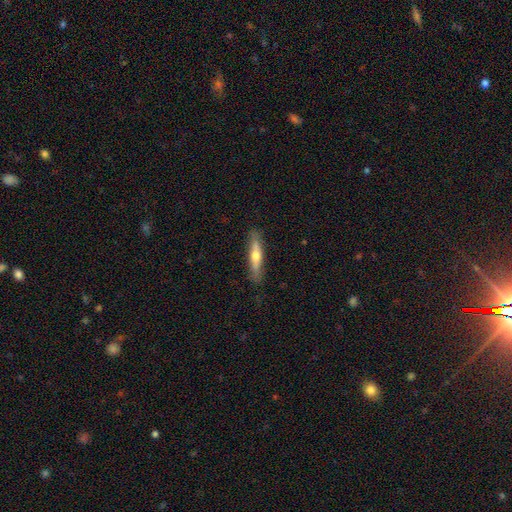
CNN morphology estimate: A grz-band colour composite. It shows a smooth galaxy with no disk features (48%). Merging: none (85%).